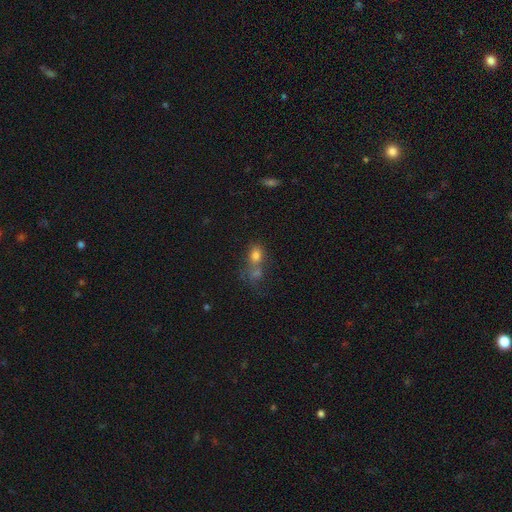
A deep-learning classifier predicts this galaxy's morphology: The model was most divided on "merging": merger: 45%, none: 35%, minor disturbance: 12%, major disturbance: 8%. More confident: smooth or featured — smooth (74%); how rounded — in between (55%).